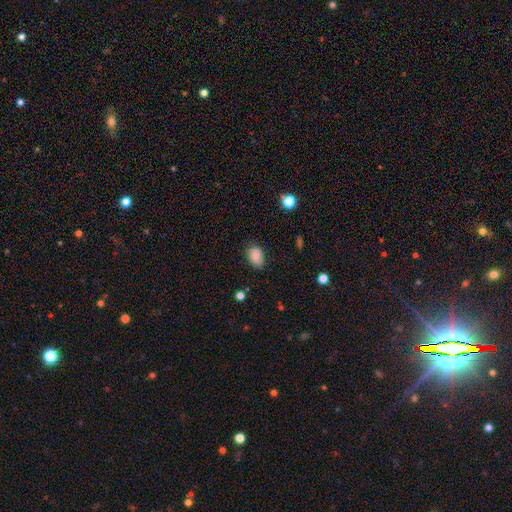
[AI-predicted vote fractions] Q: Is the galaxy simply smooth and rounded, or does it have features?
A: smooth — 78%.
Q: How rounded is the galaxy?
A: in between — 76%.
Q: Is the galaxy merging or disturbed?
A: none — 74%.